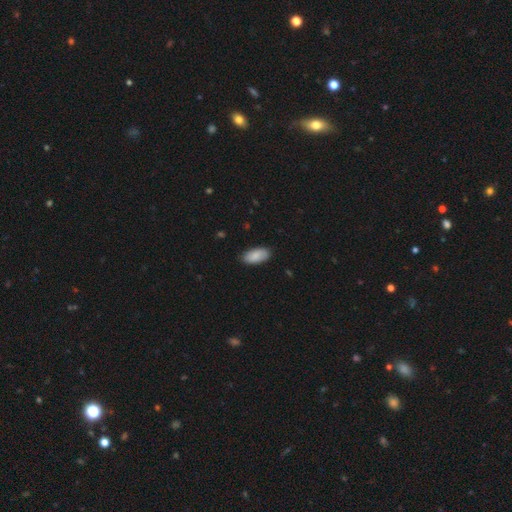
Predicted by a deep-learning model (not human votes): A smooth galaxy with no disk features (85%) that is in between round and cigar-shaped (93%). Merging: none (85%).